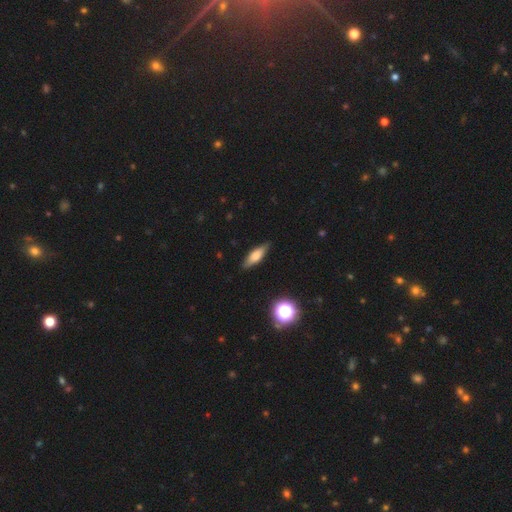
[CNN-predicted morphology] This is possibly a smooth galaxy (59%). How rounded: possibly cigar-shaped (49%). Merging: clearly none (85%).